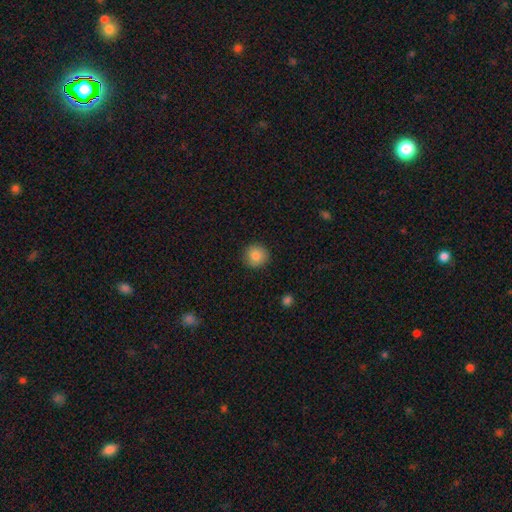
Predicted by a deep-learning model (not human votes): smooth_or_featured: smooth (p=0.85) [alt: star or artifact p=0.09]
how_rounded: round (p=0.94) [alt: in between p=0.05]
merging: none (p=0.91) [alt: minor disturbance p=0.06]